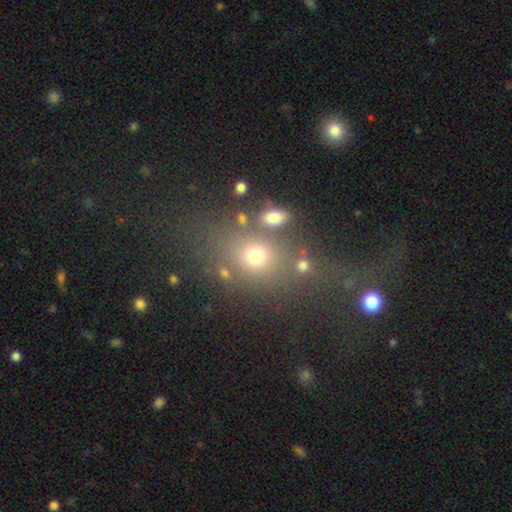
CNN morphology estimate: smooth_or_featured: smooth (p=0.69) [alt: star or artifact p=0.20]
how_rounded: round (p=0.57) [alt: in between p=0.41]
merging: none (p=0.64) [alt: merger p=0.16]